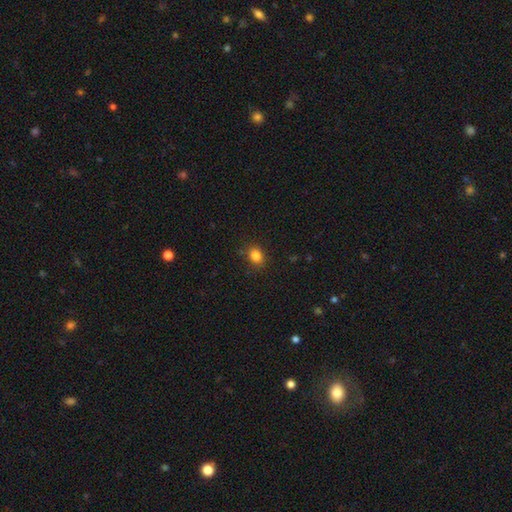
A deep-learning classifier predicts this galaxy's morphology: Smooth or featured: smooth — 84% (star or artifact — 12%)
How rounded: round — 51% (in between — 48%)
Merging: none — 86% (minor disturbance — 10%)